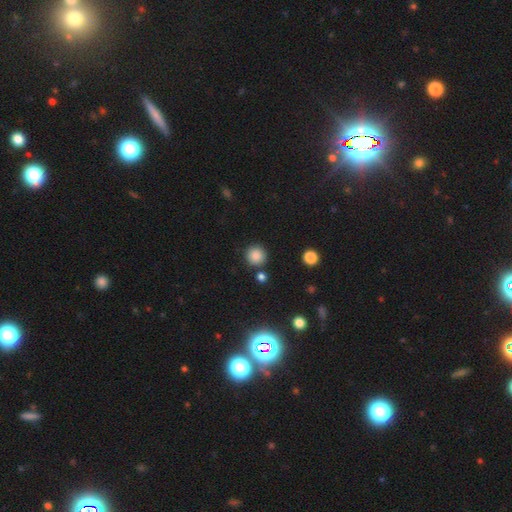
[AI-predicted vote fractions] The model was most divided on "smooth or featured": smooth: 85%, star or artifact: 11%, featured or disk: 4%. More confident: how rounded — round (94%); merging — none (86%).